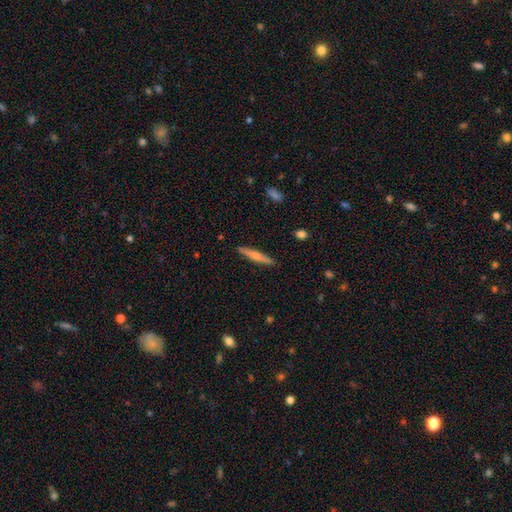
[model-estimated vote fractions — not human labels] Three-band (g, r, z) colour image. It shows a smooth galaxy with no disk features (53%) that is cigar-shaped (93%). Merging: none (89%).